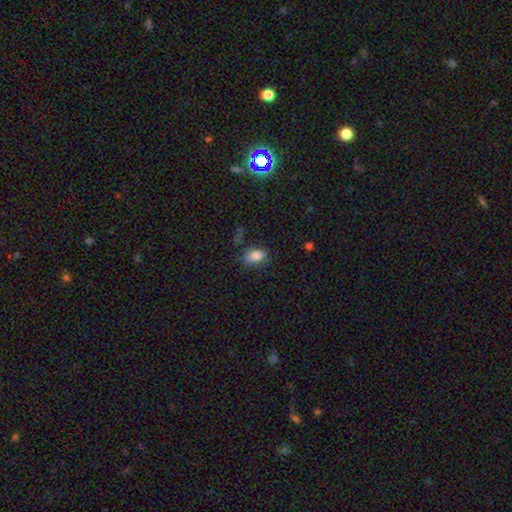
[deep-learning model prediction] smooth_or_featured: smooth (p=0.83) [alt: star or artifact p=0.10]
how_rounded: in between (p=0.83) [alt: round p=0.15]
merging: none (p=0.66) [alt: minor disturbance p=0.23]